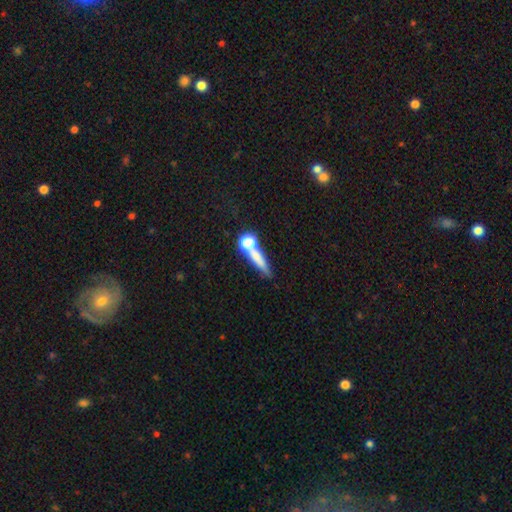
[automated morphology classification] smooth 59%, featured or disk 28%, star or artifact 13%. Down the decision tree: how rounded — cigar-shaped (61%); merging — none (50%).